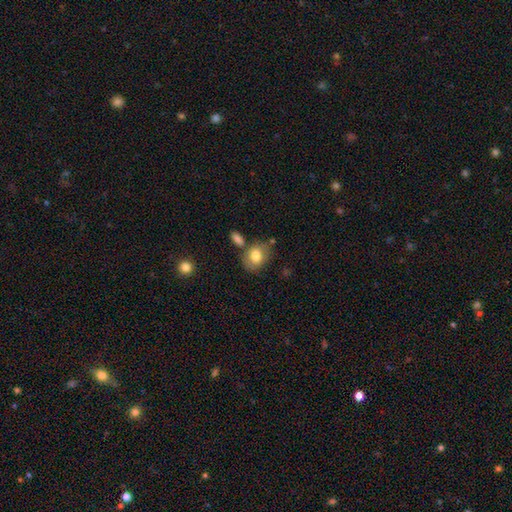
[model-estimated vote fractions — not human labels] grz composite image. It shows a smooth galaxy with no disk features (77%) that is in between round and cigar-shaped (65%). Merging: none (64%).